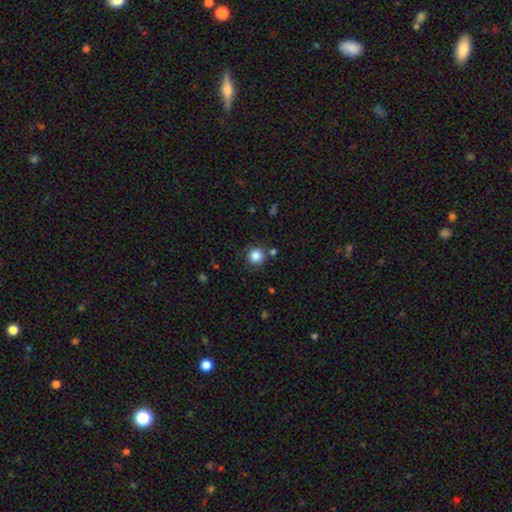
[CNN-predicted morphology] type=smooth (85%); roundness=round (94%); merging=none (82%).